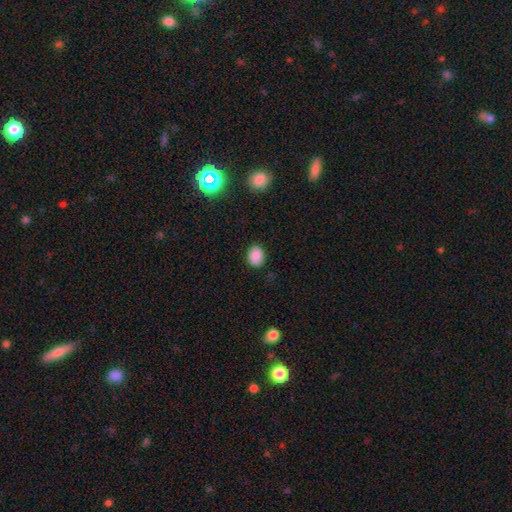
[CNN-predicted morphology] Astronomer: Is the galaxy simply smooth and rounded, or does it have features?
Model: smooth — 86%.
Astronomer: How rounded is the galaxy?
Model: in between — 60% (runner-up: round, 39%).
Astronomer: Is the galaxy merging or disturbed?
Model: none — 85%.